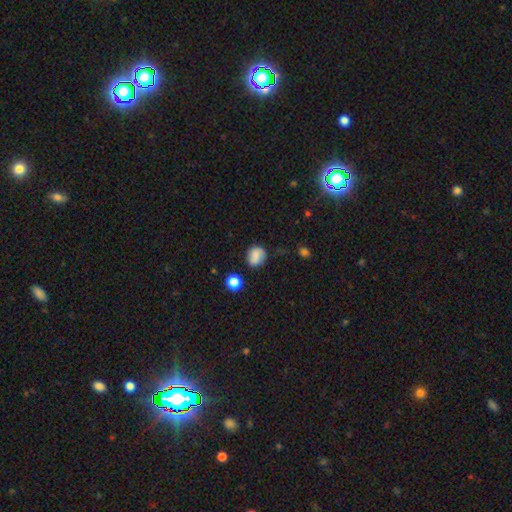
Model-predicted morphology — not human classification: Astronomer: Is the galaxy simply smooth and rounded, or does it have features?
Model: smooth — 79%.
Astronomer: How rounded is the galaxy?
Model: round — 66%.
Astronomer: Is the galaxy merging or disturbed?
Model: none — 72%.